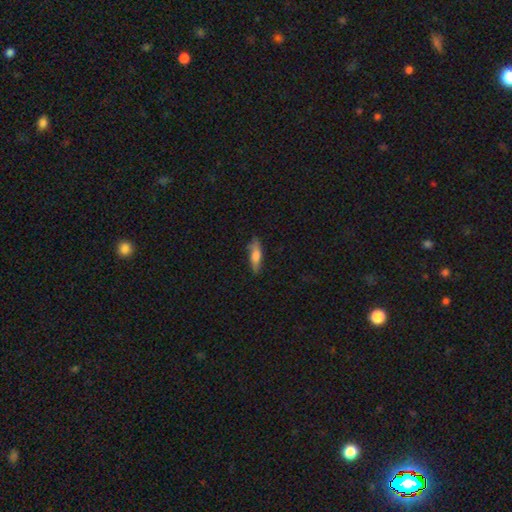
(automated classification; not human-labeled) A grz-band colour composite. It shows a smooth galaxy with no disk features (60%) that is cigar-shaped (64%). Merging: none (76%).